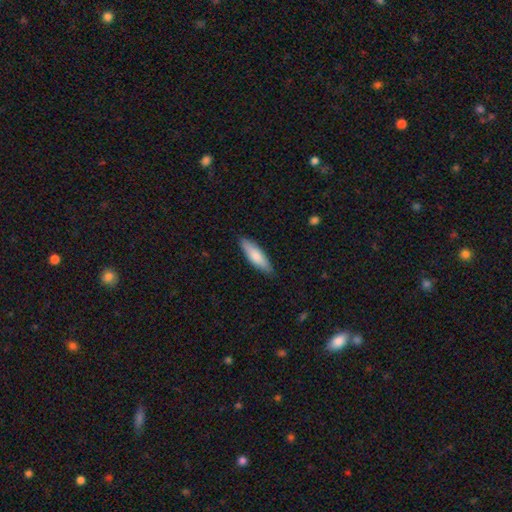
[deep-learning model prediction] Smooth or featured? smooth (80%)
How rounded? cigar-shaped (55%)
Merging? none (86%)